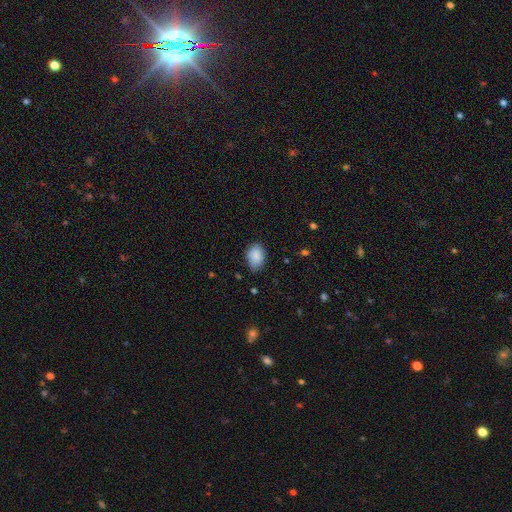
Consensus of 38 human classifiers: Volunteers were most divided on "merging": none: 57%, minor disturbance: 37%, major disturbance: 6%, merger: 0%. More confident: smooth or featured — smooth (89%); how rounded — in between (76%).